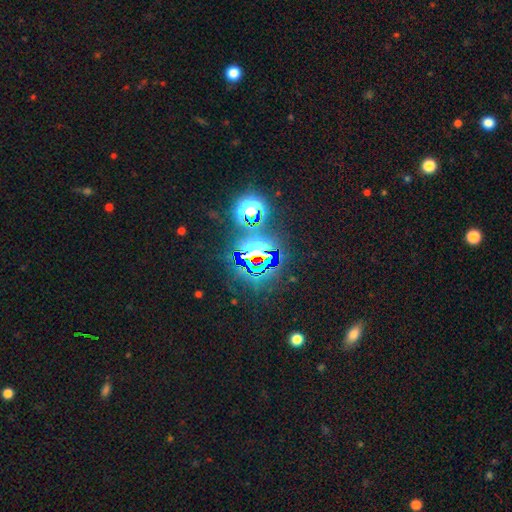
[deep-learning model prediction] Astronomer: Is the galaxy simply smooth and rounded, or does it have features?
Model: star or artifact — 81%.